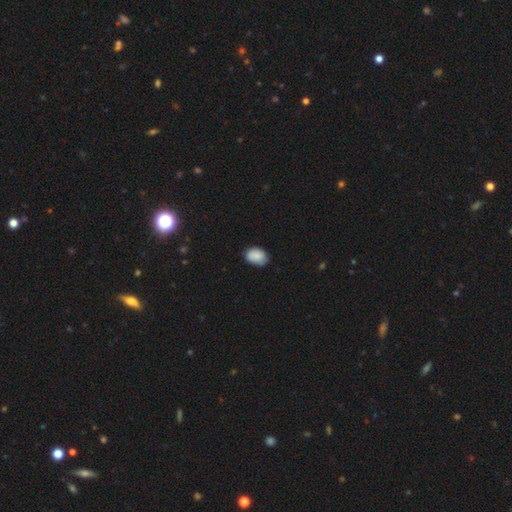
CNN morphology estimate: Smooth or featured? smooth (87%)
How rounded? in between (75%)
Merging? none (76%)